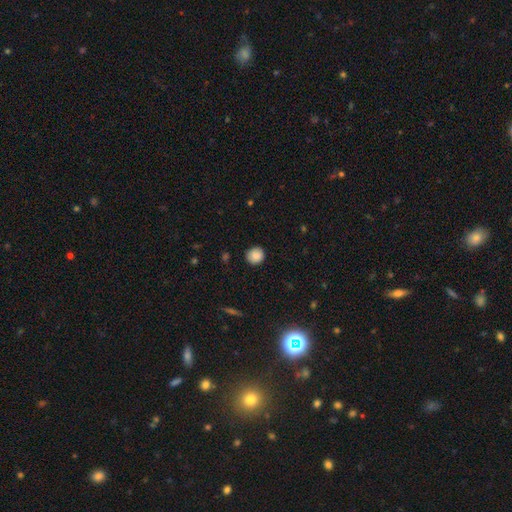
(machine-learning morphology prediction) Q: Smooth or featured?
A: smooth (86%); runner-up: star or artifact (9%)
Q: How rounded?
A: round (90%); runner-up: in between (9%)
Q: Merging?
A: none (90%); runner-up: minor disturbance (8%)